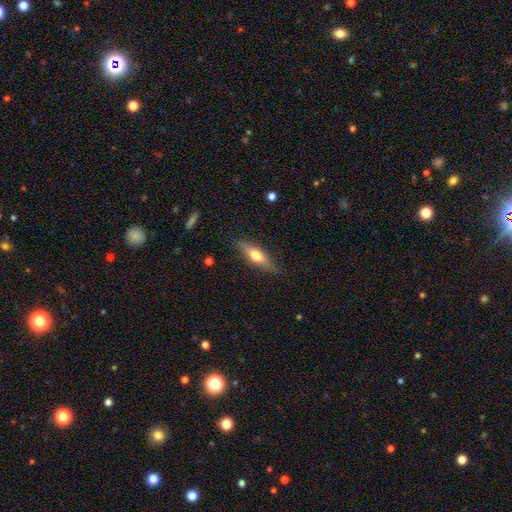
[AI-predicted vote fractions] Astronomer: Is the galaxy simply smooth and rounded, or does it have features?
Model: smooth — 59%.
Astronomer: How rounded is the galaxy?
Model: in between — 49% (runner-up: cigar-shaped, 48%).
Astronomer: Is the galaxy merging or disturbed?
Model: none — 80%.